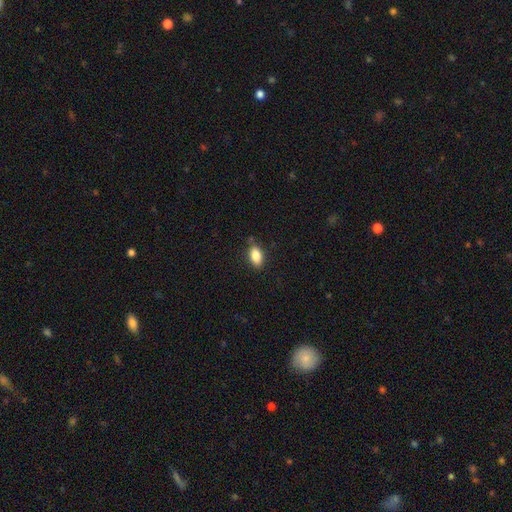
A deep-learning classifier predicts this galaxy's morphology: This appears to be a smooth galaxy with no disk features (84%) that is in between round and cigar-shaped (89%). Merging: none (80%).